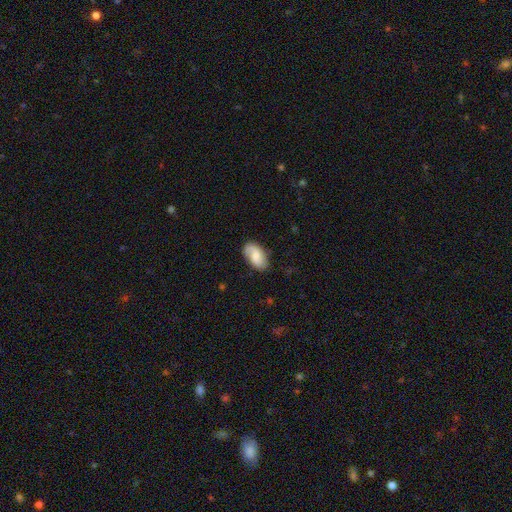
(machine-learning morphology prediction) type=smooth (57%); roundness=in between (93%); merging=none (74%).